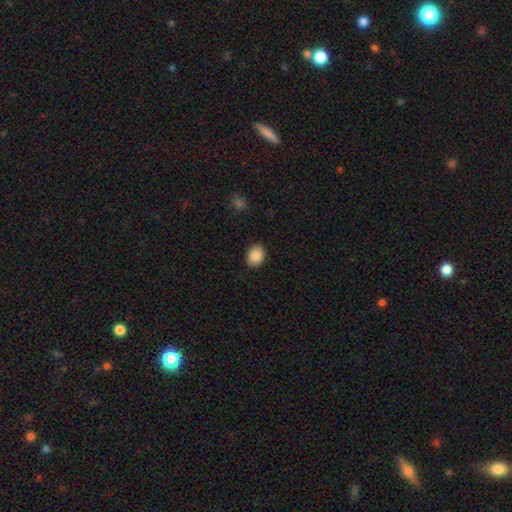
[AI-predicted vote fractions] The model was most divided on "how rounded": in between: 66%, round: 33%, cigar-shaped: 1%. More confident: merging — none (89%); smooth or featured — smooth (88%).